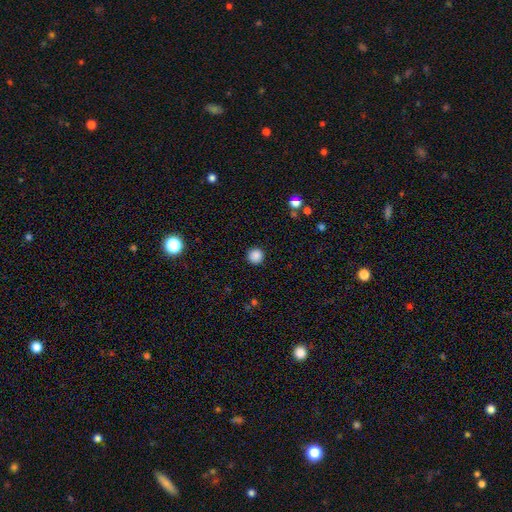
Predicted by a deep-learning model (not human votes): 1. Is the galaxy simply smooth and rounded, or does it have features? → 87% smooth, 10% star or artifact, 3% featured or disk.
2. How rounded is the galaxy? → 95% round, 4% in between, 1% cigar-shaped.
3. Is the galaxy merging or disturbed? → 91% none, 6% minor disturbance, 2% major disturbance, 1% merger.